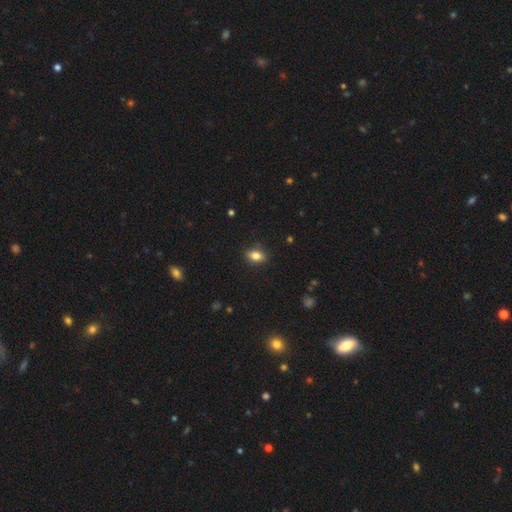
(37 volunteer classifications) Smooth or featured? smooth (95%)
How rounded? in between (83%)
Merging? none (92%)